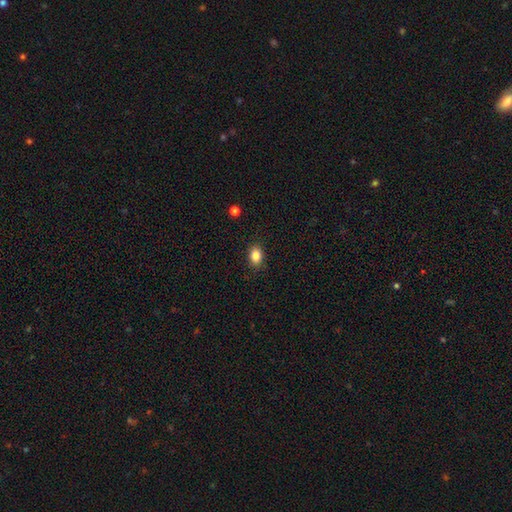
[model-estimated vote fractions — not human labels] A smooth galaxy with no disk features (84%) that is in between round and cigar-shaped (69%).

Vote fractions:
- Smooth or featured? smooth: 84% / star or artifact: 10% / featured or disk: 6%
- How rounded? in between: 69% / round: 29% / cigar-shaped: 1%
- Merging? none: 88% / minor disturbance: 9% / major disturbance: 2% / merger: 1%